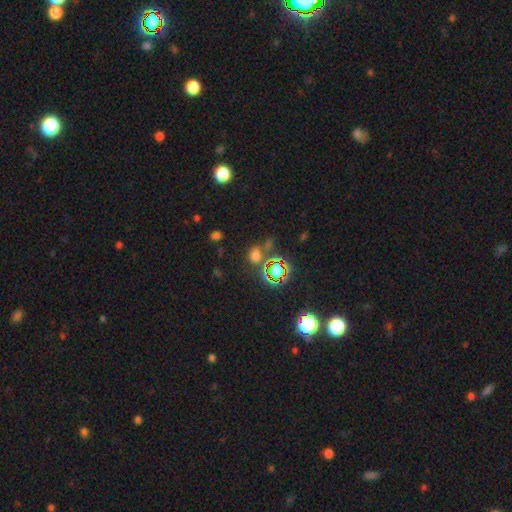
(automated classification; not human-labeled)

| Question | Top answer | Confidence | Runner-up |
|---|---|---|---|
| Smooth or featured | smooth | 50% | star or artifact (43%) |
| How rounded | round | 54% | in between (44%) |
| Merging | none | 65% | merger (14%) |